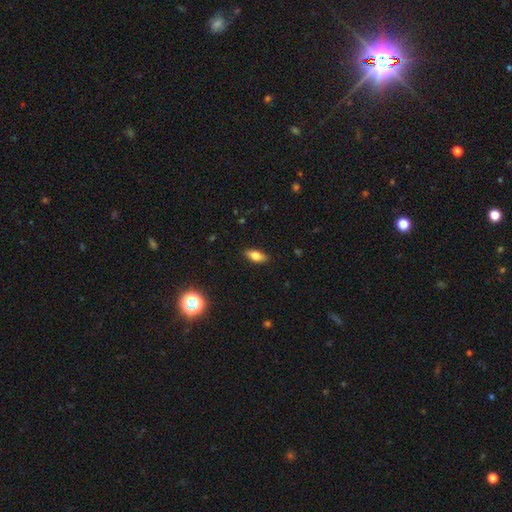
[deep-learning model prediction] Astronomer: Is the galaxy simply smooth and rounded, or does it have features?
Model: smooth — 70%.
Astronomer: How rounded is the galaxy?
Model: in between — 77%.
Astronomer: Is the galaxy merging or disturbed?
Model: none — 88%.